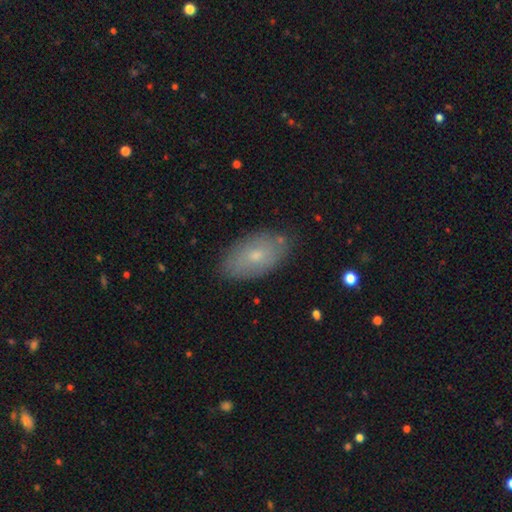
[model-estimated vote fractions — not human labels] Smooth or featured?
  - smooth: 62% *
  - featured or disk: 31%
  - star or artifact: 8%
How rounded?
  - in between: 93% *
  - round: 4%
  - cigar-shaped: 2%
Merging?
  - none: 80% *
  - minor disturbance: 15%
  - major disturbance: 3%
  - merger: 2%